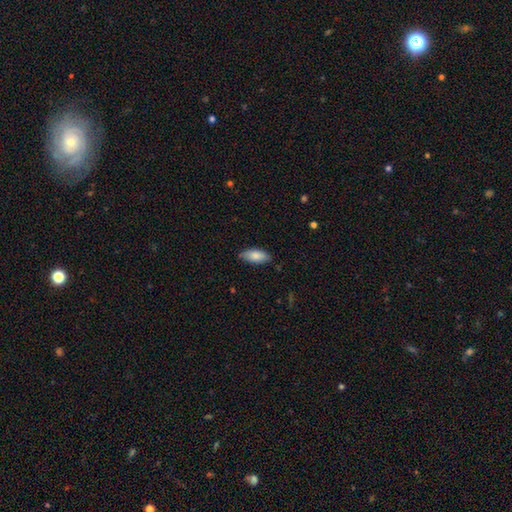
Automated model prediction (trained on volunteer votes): The model was most divided on "merging": none: 79%, minor disturbance: 17%, major disturbance: 2%, merger: 1%. More confident: how rounded — in between (85%); smooth or featured — smooth (83%).